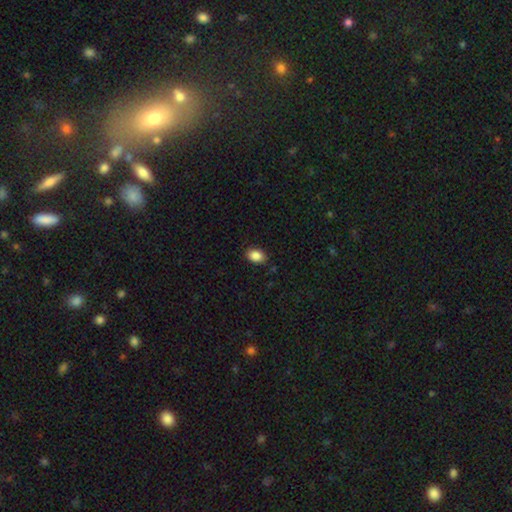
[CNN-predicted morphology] smooth-or-featured: smooth: 88% | star or artifact: 8% | featured or disk: 4%
  how-rounded: in between: 83% | round: 16% | cigar-shaped: 1%
  merging: none: 87% | minor disturbance: 10% | major disturbance: 2% | merger: 1%